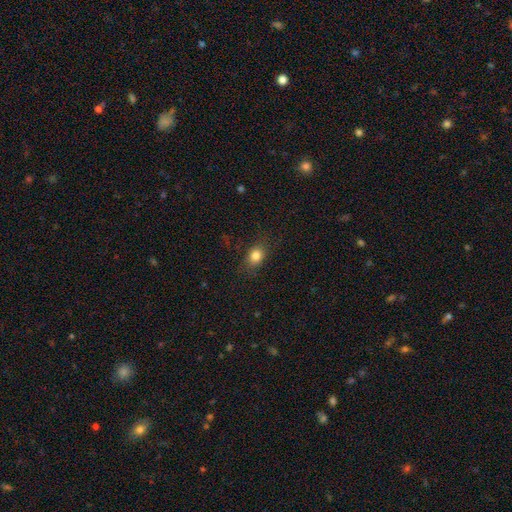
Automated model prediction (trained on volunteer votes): Smooth or featured?
  - smooth: 81% *
  - star or artifact: 11%
  - featured or disk: 7%
How rounded?
  - in between: 55% *
  - round: 43%
  - cigar-shaped: 2%
Merging?
  - none: 81% *
  - minor disturbance: 14%
  - major disturbance: 5%
  - merger: 1%